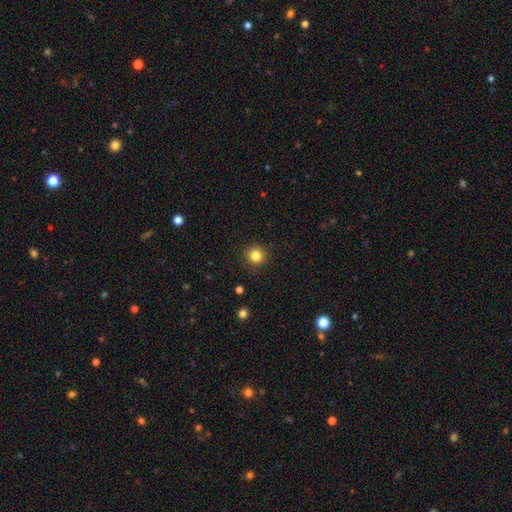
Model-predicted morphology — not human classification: This is clearly a smooth galaxy (84%). How rounded: clearly round (92%). Merging: clearly none (91%).